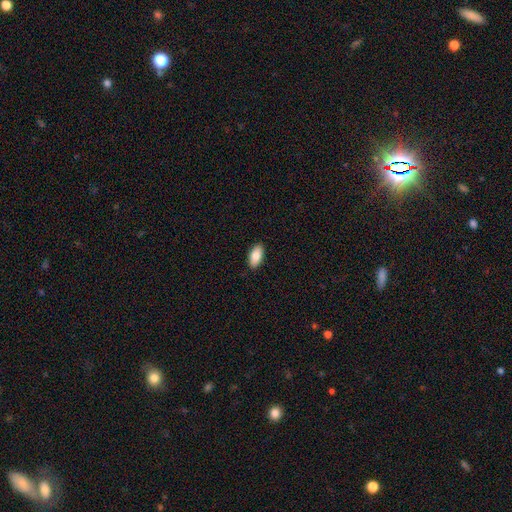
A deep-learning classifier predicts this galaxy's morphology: smooth 84%, featured or disk 9%, star or artifact 6%. Down the decision tree: how rounded — in between (92%); merging — none (90%).